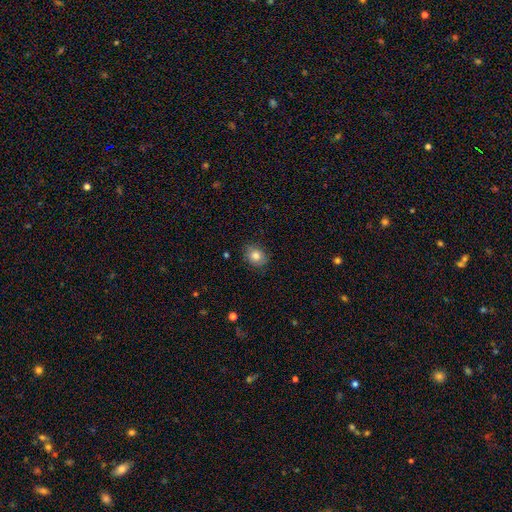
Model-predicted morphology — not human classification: Smooth or featured? smooth (82%)
How rounded? round (70%)
Merging? none (84%)